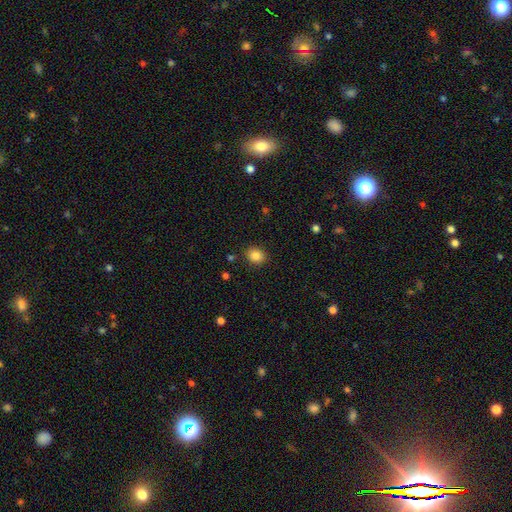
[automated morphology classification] This is clearly a smooth galaxy (85%). How rounded: likely round (62%). Merging: clearly none (88%).